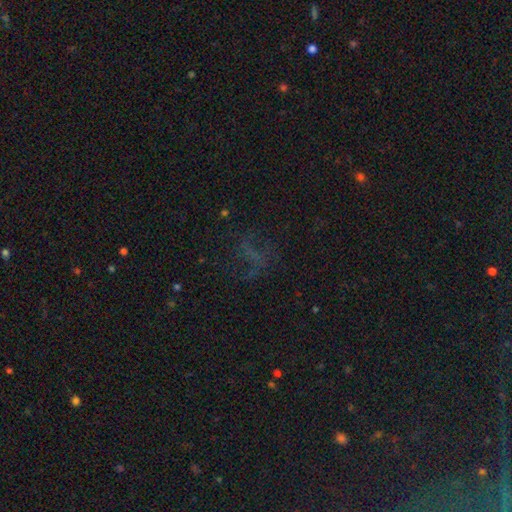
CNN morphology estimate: A star or artifact, not a galaxy (44%).